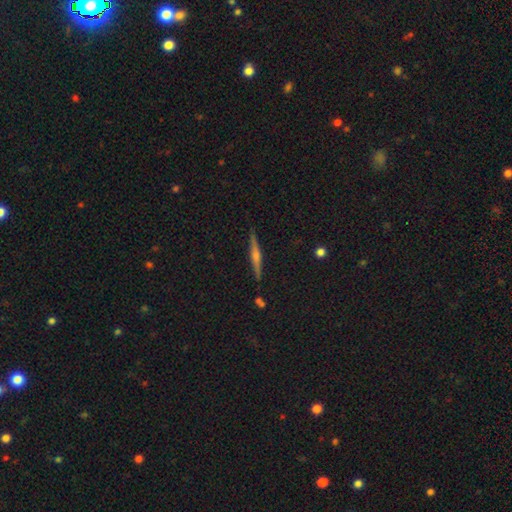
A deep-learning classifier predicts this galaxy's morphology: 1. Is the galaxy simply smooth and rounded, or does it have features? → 72% featured or disk, 21% smooth, 8% star or artifact.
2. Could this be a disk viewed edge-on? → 98% yes, 2% no.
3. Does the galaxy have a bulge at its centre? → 78% rounded, 11% none, 11% boxy.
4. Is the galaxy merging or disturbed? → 90% none, 7% minor disturbance, 1% merger, 1% major disturbance.